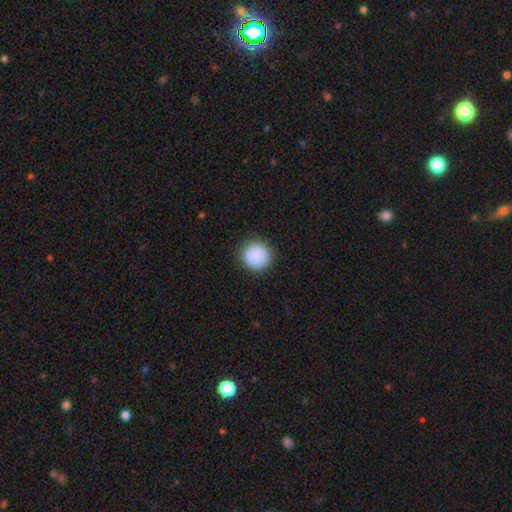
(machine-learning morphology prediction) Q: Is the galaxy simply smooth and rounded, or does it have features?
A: smooth — 88%.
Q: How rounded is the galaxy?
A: round — 95%.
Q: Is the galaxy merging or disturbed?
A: none — 89%.